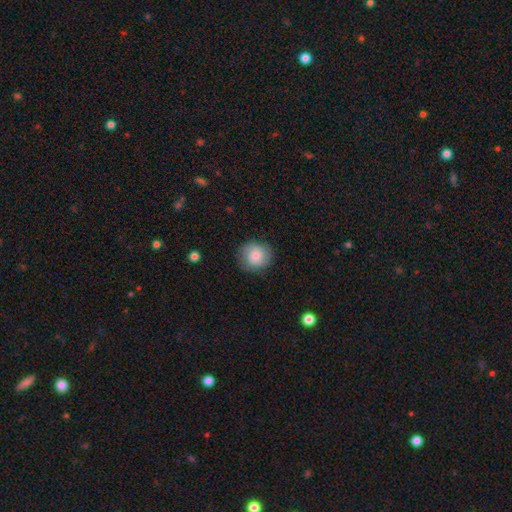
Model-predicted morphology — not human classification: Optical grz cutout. It shows a smooth galaxy with no disk features (82%) that is round (83%). Merging: none (81%).